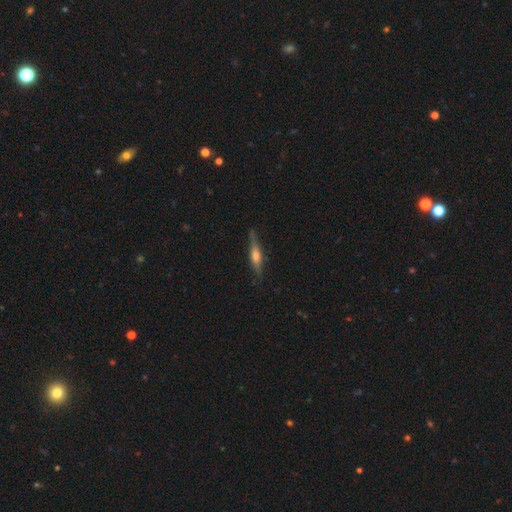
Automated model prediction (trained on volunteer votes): featured or disk 67%, smooth 26%, star or artifact 7%. Down the decision tree: edge-on disk — yes (95%); edge-on bulge — rounded (79%); merging — none (81%).